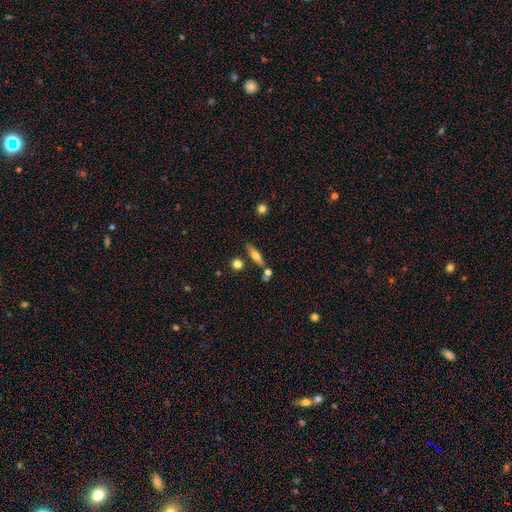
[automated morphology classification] Smooth or featured? Predicted: smooth (p=0.56). How rounded? Predicted: cigar-shaped (p=0.60). Merging? Predicted: none (p=0.72).